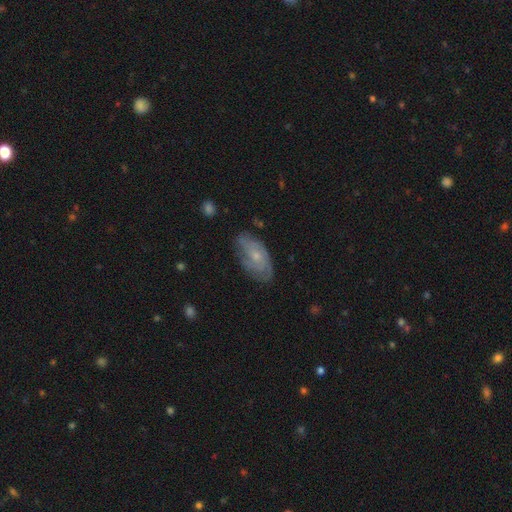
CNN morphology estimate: type=featured or disk (60%); edge-on=no (92%); bar=no (79%); spiral arms=yes (79%); bulge=small (65%); merging=none (66%).